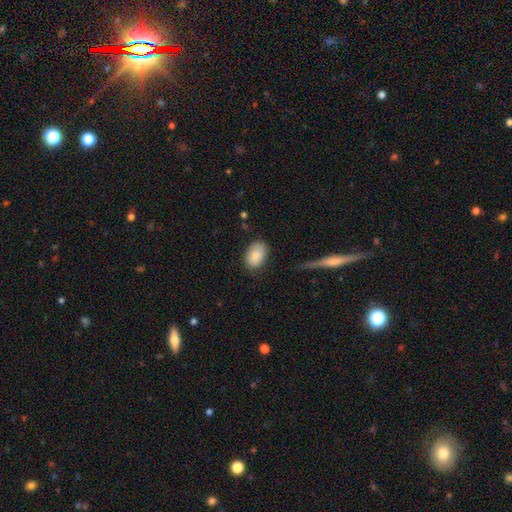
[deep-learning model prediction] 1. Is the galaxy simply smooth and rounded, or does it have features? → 86% smooth, 7% featured or disk, 7% star or artifact.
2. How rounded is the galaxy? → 88% in between, 11% round, 1% cigar-shaped.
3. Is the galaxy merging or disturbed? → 75% none, 18% minor disturbance, 5% major disturbance, 2% merger.